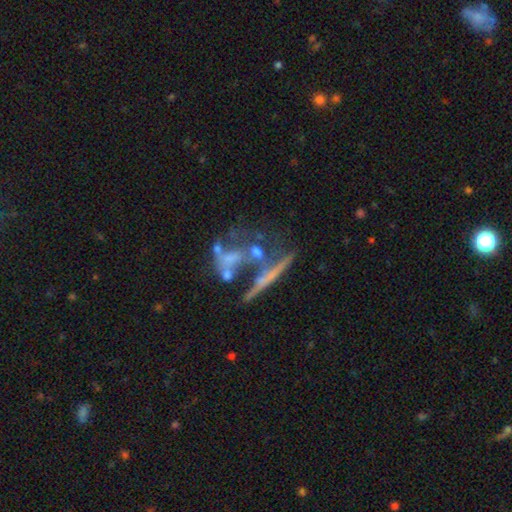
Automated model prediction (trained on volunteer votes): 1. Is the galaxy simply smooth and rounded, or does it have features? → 60% featured or disk, 21% smooth, 19% star or artifact.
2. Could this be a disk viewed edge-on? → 61% no, 39% yes.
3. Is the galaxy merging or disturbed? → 41% merger, 28% none, 20% major disturbance, 11% minor disturbance.